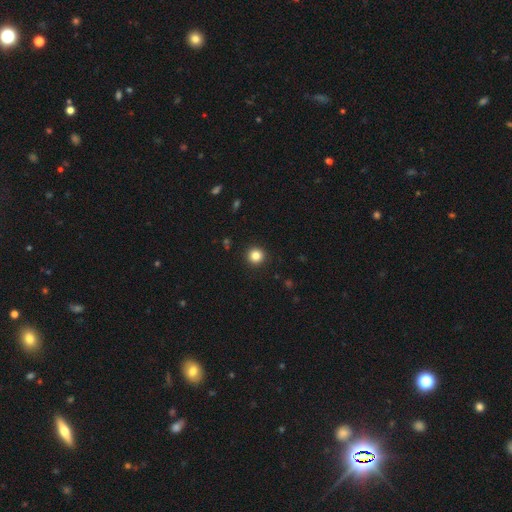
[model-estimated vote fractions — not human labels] smooth-or-featured: smooth: 84% | star or artifact: 11% | featured or disk: 5%
  how-rounded: round: 95% | in between: 4% | cigar-shaped: 1%
  merging: none: 93% | minor disturbance: 4% | major disturbance: 2% | merger: 1%